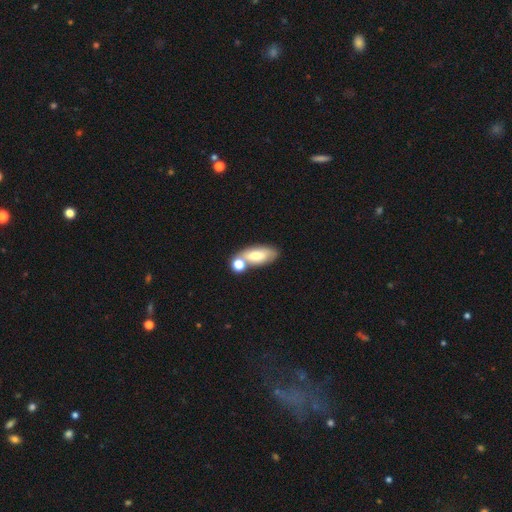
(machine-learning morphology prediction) Smooth or featured? smooth (70%)
How rounded? in between (82%)
Merging? none (48%)